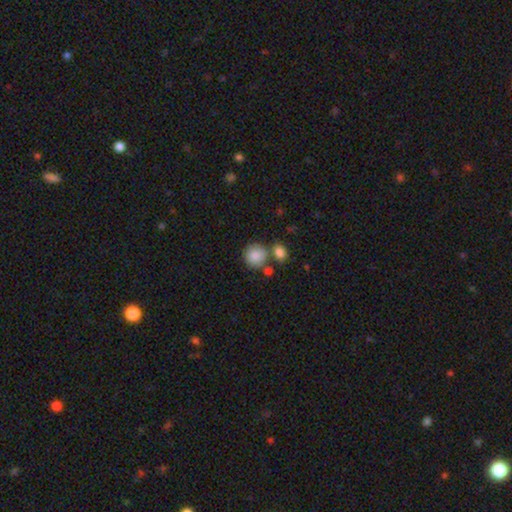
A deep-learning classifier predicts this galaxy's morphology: Q: Smooth or featured?
A: smooth (86%); runner-up: star or artifact (8%)
Q: How rounded?
A: round (86%); runner-up: in between (13%)
Q: Merging?
A: none (60%); runner-up: merger (22%)